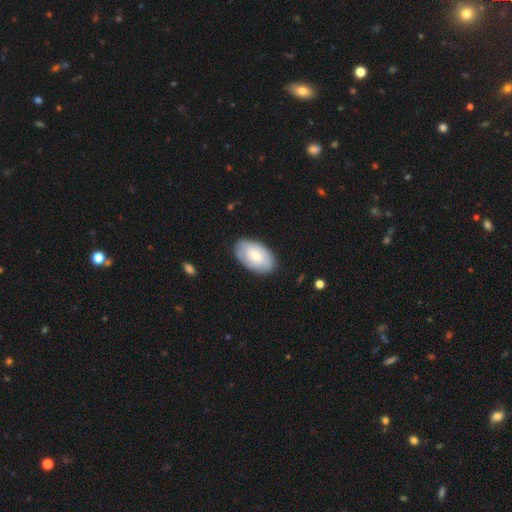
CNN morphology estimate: smooth 60%, featured or disk 35%, star or artifact 5%. Down the decision tree: how rounded — in between (93%); merging — none (84%).